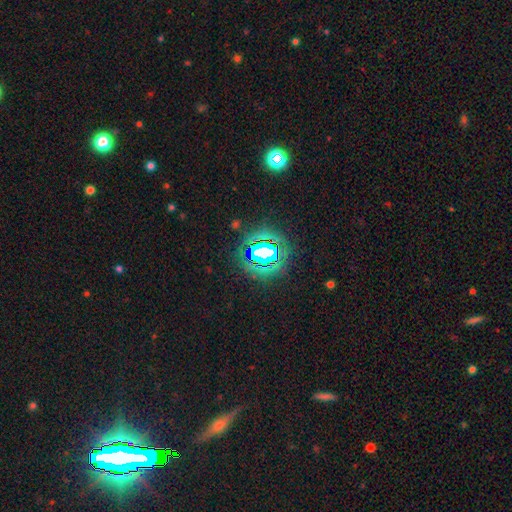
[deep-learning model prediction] This appears to be a star or artifact, not a galaxy (79%).